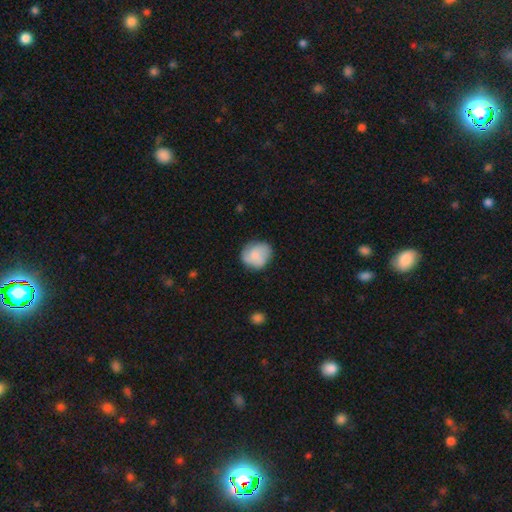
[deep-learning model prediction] The model was most divided on "how rounded": round: 71%, in between: 28%, cigar-shaped: 1%. More confident: merging — none (70%); smooth or featured — smooth (68%).